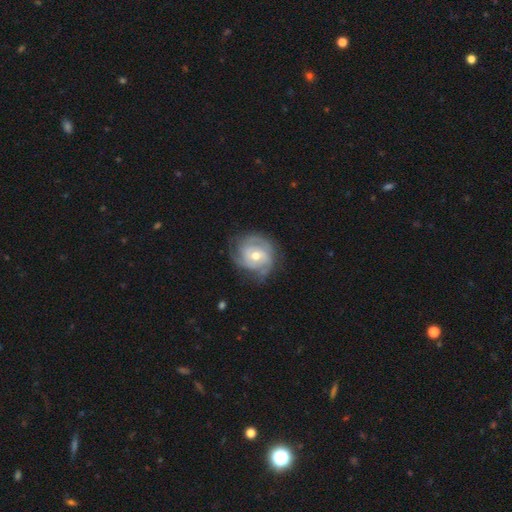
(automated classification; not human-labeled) The model was most divided on "spiral arm count": 3: 33%, 2: 24%, can't tell: 24%, 4: 9%, 1: 5%, more than 4: 5%. More confident: edge-on disk — no (98%); spiral arms — yes (94%); smooth or featured — featured or disk (84%); merging — none (70%); bulge size — moderate (70%); spiral winding — tight (64%); bar — no (60%).